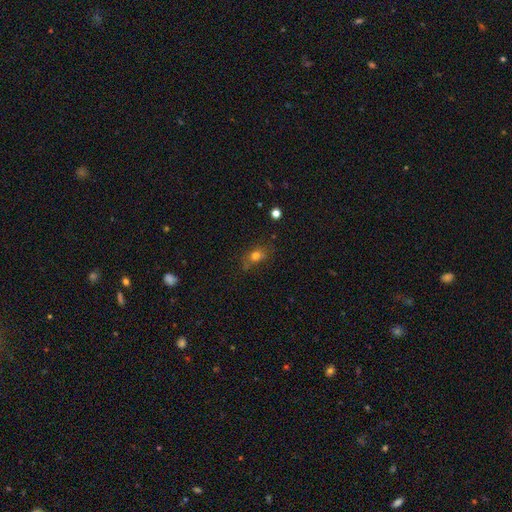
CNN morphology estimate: smooth_or_featured: smooth (p=0.74) [alt: star or artifact p=0.14]
how_rounded: in between (p=0.63) [alt: round p=0.32]
merging: none (p=0.64) [alt: minor disturbance p=0.23]